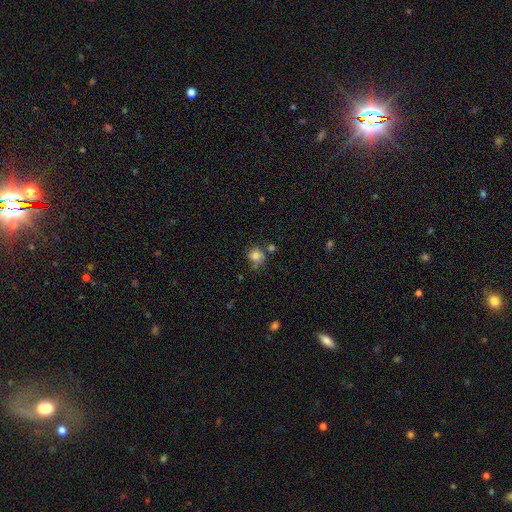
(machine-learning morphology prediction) Smooth or featured? Predicted: smooth (p=0.77). How rounded? Predicted: round (p=0.83). Merging? Predicted: none (p=0.62).